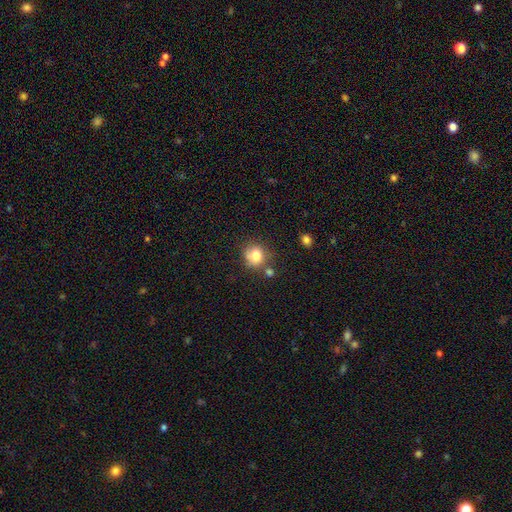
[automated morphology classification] Smooth or featured? smooth (78%)
How rounded? round (78%)
Merging? none (59%)